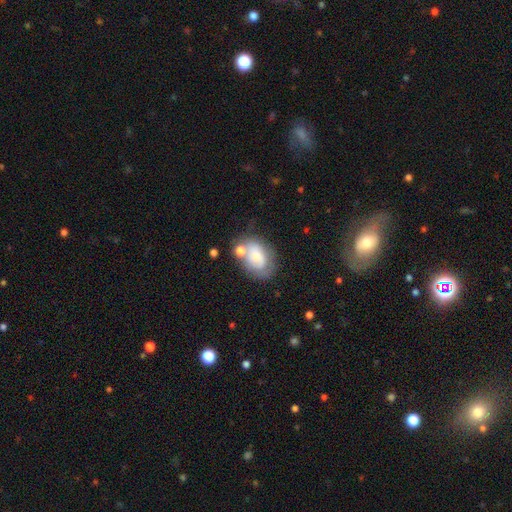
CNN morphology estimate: Overall: smooth (61%; featured or disk 30%). How rounded: in between (77%). Merging: none (43%; minor disturbance 23%).